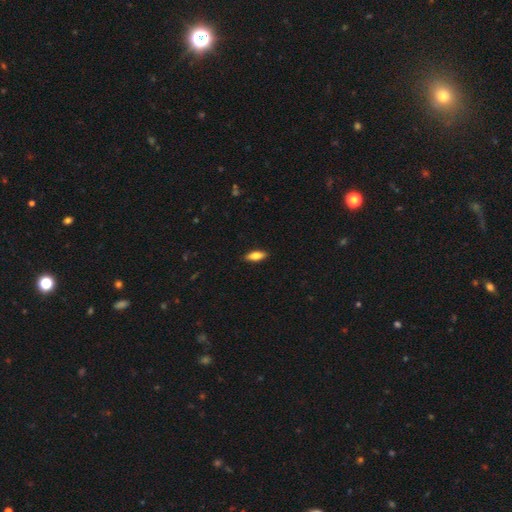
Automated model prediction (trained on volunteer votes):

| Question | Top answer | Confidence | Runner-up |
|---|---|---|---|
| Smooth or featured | smooth | 78% | featured or disk (16%) |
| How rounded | in between | 70% | cigar-shaped (28%) |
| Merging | none | 89% | minor disturbance (8%) |